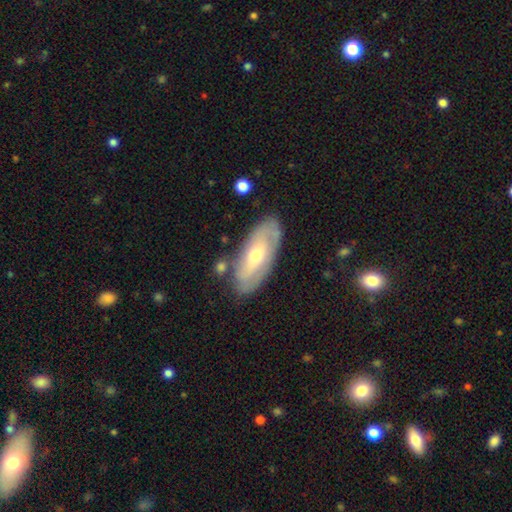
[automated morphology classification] Smooth or featured? Predicted: featured or disk (p=0.57). Edge-on disk? Predicted: no (p=0.81). Merging? Predicted: none (p=0.75).